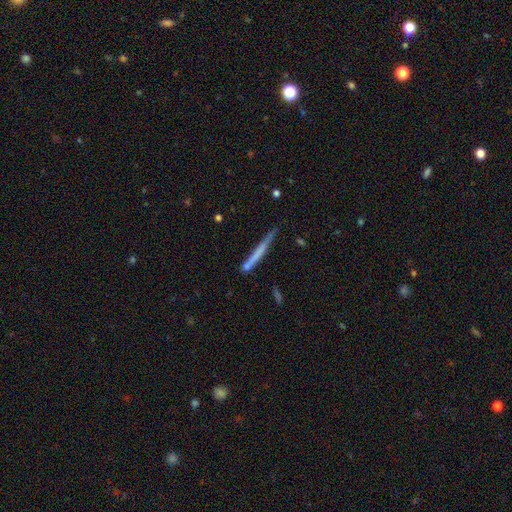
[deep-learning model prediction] Smooth or featured?
  - smooth: 54% *
  - featured or disk: 38%
  - star or artifact: 7%
How rounded?
  - cigar-shaped: 96% *
  - in between: 2%
  - round: 1%
Merging?
  - none: 71% *
  - minor disturbance: 18%
  - merger: 6%
  - major disturbance: 5%